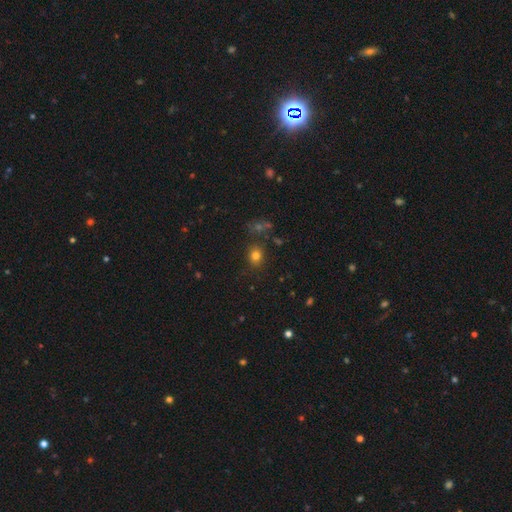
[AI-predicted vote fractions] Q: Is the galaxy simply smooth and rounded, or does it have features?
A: smooth — 77%.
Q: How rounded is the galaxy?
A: round — 69%.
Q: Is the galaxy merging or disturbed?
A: none — 81%.